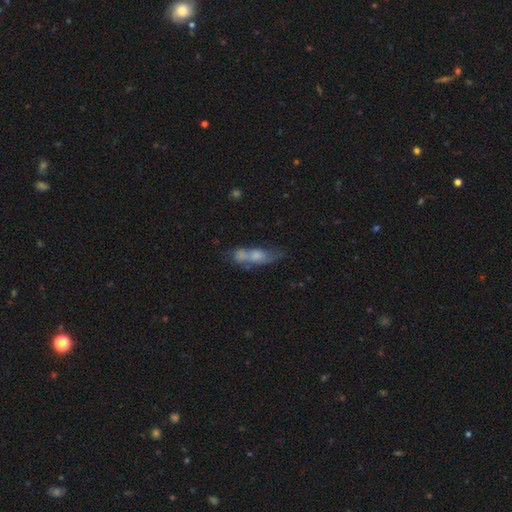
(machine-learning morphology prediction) smooth 54%, featured or disk 35%, star or artifact 11%. Down the decision tree: how rounded — cigar-shaped (47%, tied with in between); merging — merger (35%).